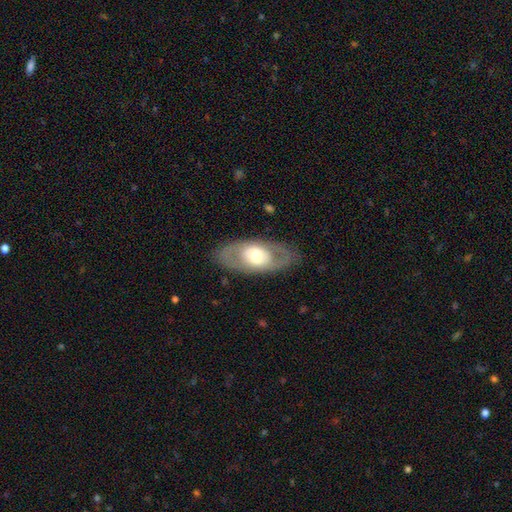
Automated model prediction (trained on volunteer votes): A featured or disk galaxy (57%). Merging: none (81%).